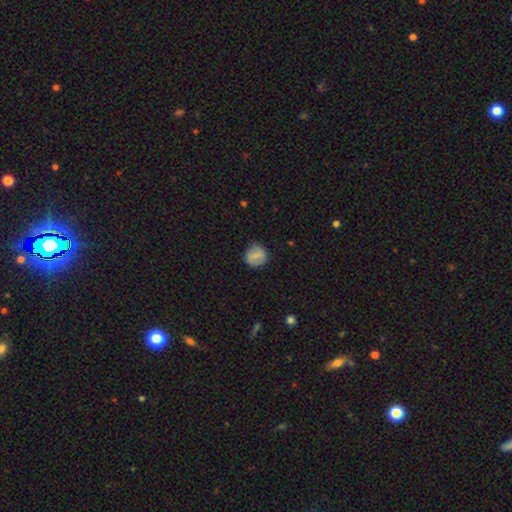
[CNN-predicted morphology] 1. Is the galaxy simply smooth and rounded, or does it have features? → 69% smooth, 23% featured or disk, 8% star or artifact.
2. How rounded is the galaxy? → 88% round, 11% in between, 1% cigar-shaped.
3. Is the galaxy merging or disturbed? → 85% none, 11% minor disturbance, 3% major disturbance, 1% merger.